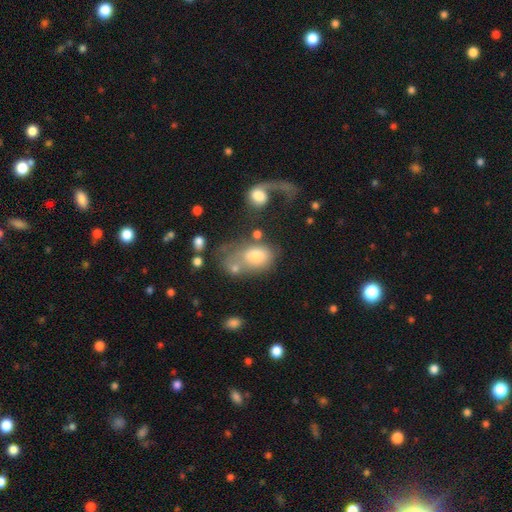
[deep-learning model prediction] Smooth or featured? Predicted: smooth (p=0.63). How rounded? Predicted: in between (p=0.77). Merging? Predicted: merger (p=0.33).